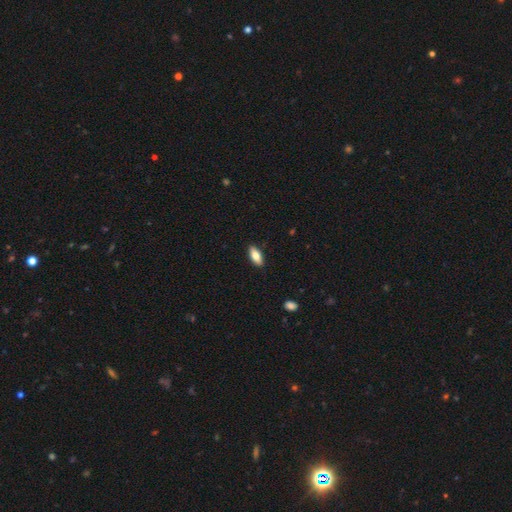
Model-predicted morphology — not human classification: smooth-or-featured: smooth: 78% | featured or disk: 16% | star or artifact: 6%
  how-rounded: in between: 83% | cigar-shaped: 15% | round: 2%
  merging: none: 89% | minor disturbance: 9% | major disturbance: 2% | merger: 1%